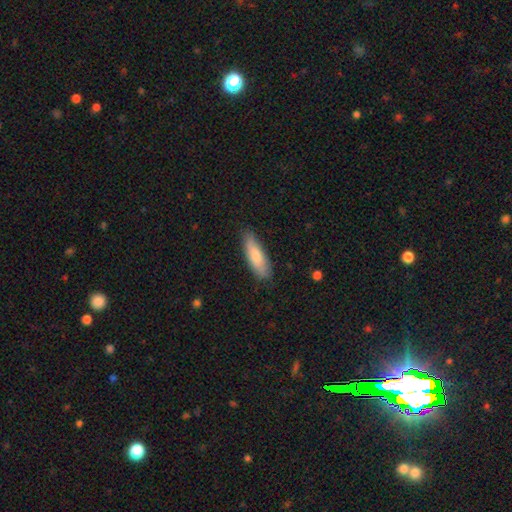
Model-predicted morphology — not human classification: smooth_or_featured: smooth (p=0.76) [alt: featured or disk p=0.18]
how_rounded: cigar-shaped (p=0.54) [alt: in between p=0.44]
merging: none (p=0.82) [alt: minor disturbance p=0.15]